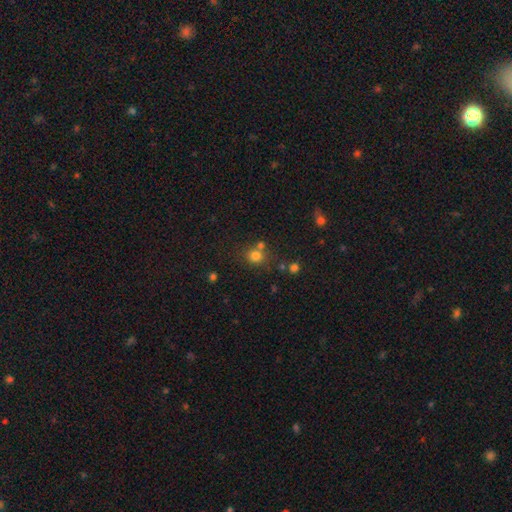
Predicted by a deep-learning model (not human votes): Morphology: type=smooth (76%); roundness=round (81%); merging=none (64%).